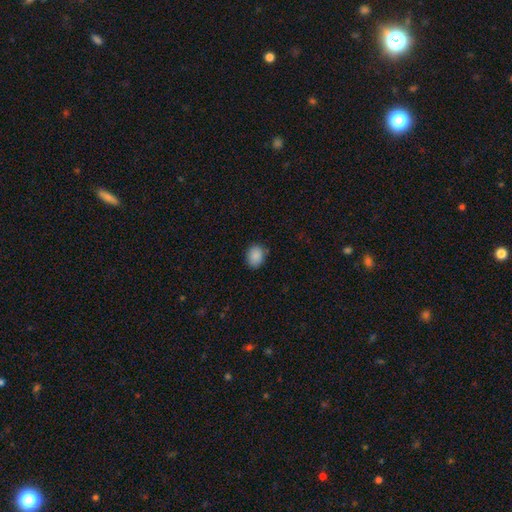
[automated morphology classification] A smooth galaxy with no disk features (88%) that is in between round and cigar-shaped (52%).

Vote fractions:
- Smooth or featured? smooth: 88% / star or artifact: 8% / featured or disk: 4%
- How rounded? in between: 52% / round: 47% / cigar-shaped: 1%
- Merging? none: 80% / minor disturbance: 16% / major disturbance: 3% / merger: 1%